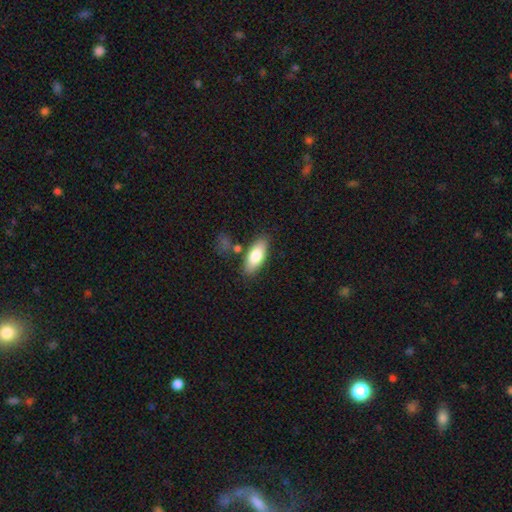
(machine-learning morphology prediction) This appears to be a smooth galaxy with no disk features (77%) that is in between round and cigar-shaped (80%). Merging: none (80%).